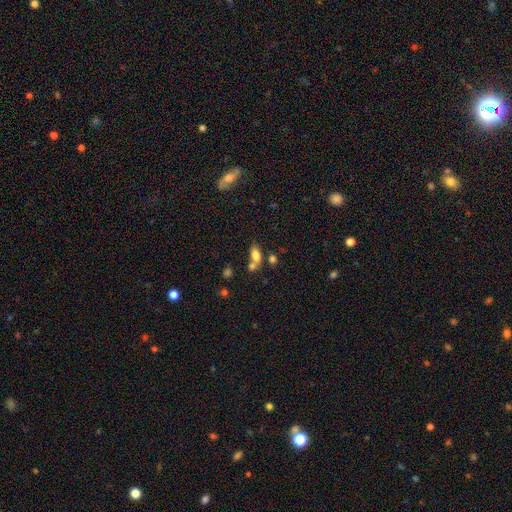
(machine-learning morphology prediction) Overall: smooth (77%). How rounded: in between (85%). Merging: none (44%; merger 38%).